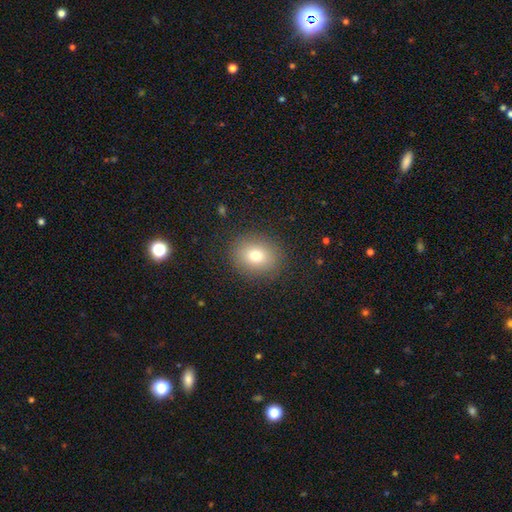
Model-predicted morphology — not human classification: Overall: smooth (76%). How rounded: round (66%; in between 33%). Merging: none (88%).